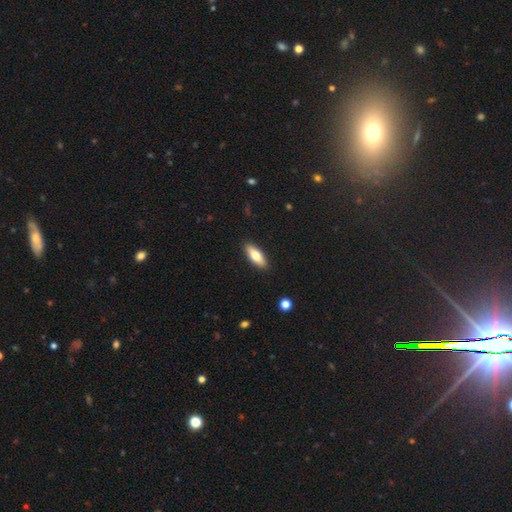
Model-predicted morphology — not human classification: smooth_or_featured: smooth (p=0.69) [alt: featured or disk p=0.25]
how_rounded: in between (p=0.67) [alt: cigar-shaped p=0.30]
merging: none (p=0.90) [alt: minor disturbance p=0.07]